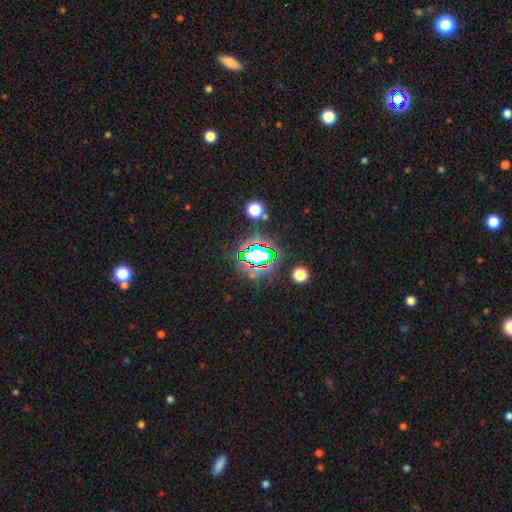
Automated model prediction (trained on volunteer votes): smooth_or_featured: star or artifact (p=0.65) [alt: smooth p=0.21]